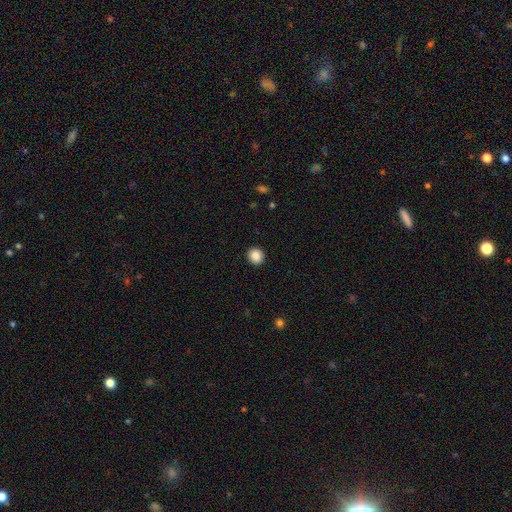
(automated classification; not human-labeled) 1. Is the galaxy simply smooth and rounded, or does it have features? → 88% smooth, 9% star or artifact, 3% featured or disk.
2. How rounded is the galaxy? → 81% round, 18% in between, 1% cigar-shaped.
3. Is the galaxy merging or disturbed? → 92% none, 6% minor disturbance, 2% major disturbance, 1% merger.